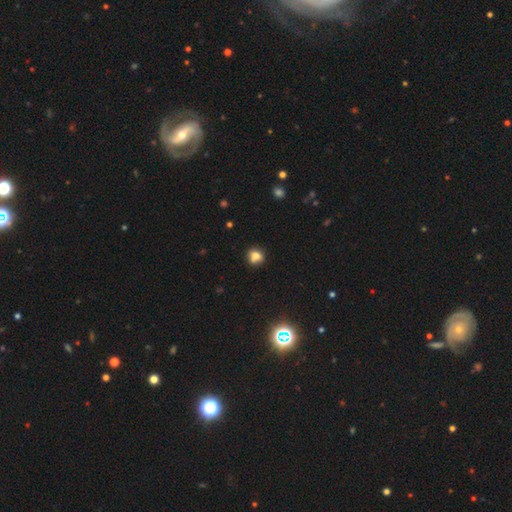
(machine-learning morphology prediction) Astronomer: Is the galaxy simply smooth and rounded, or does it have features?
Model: smooth — 74%.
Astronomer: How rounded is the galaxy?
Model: round — 81%.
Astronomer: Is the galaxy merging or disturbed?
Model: none — 64%.